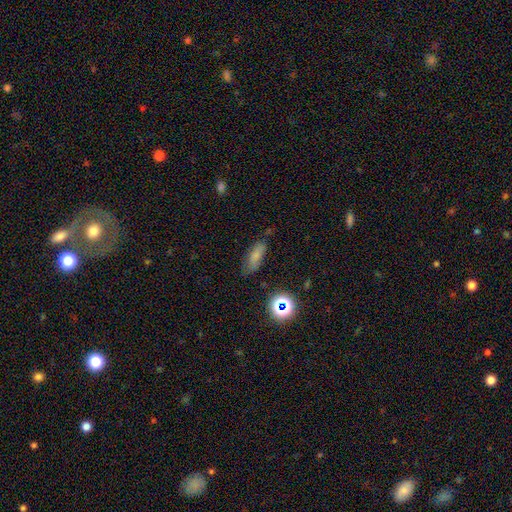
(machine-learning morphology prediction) Smooth or featured?
  - smooth: 72% *
  - star or artifact: 15%
  - featured or disk: 13%
How rounded?
  - in between: 60% *
  - cigar-shaped: 35%
  - round: 5%
Merging?
  - none: 67% *
  - minor disturbance: 23%
  - major disturbance: 7%
  - merger: 3%